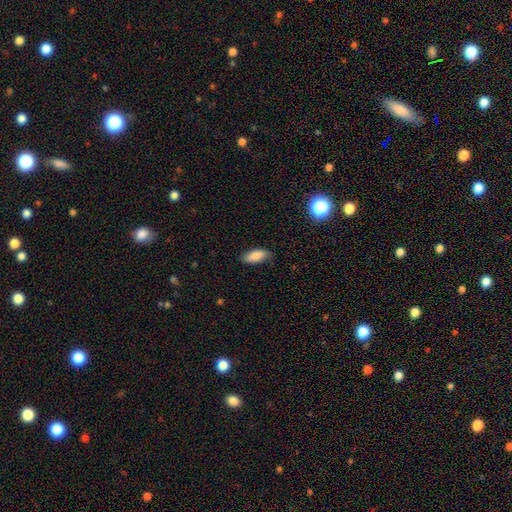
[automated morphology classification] A smooth galaxy with no disk features (86%) that is in between round and cigar-shaped (82%). Merging: none (83%).